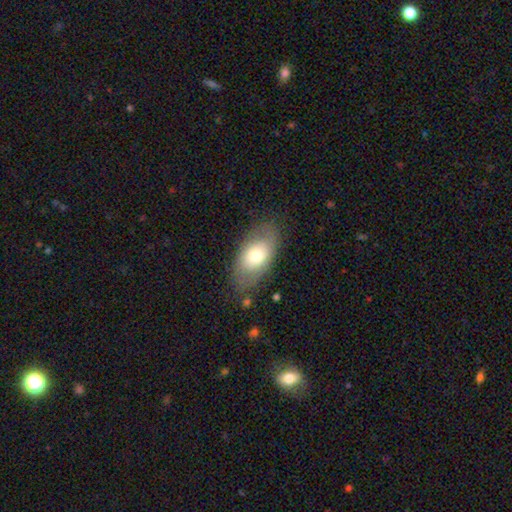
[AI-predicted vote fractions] Smooth or featured? smooth (67%)
How rounded? in between (91%)
Merging? none (75%)